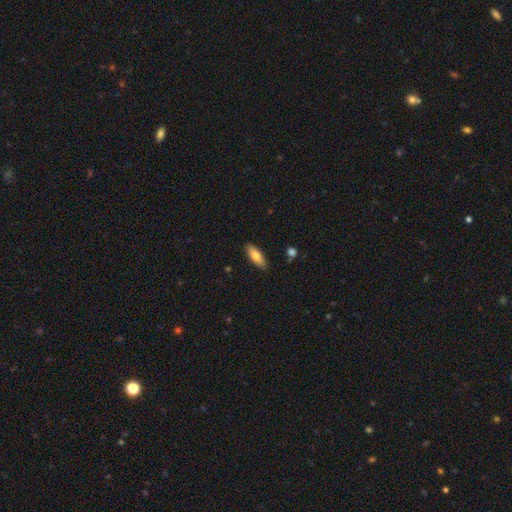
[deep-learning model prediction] A smooth galaxy with no disk features (77%) that is in between round and cigar-shaped (68%).

Vote fractions:
- Smooth or featured? smooth: 77% / featured or disk: 17% / star or artifact: 6%
- How rounded? in between: 68% / cigar-shaped: 30% / round: 2%
- Merging? none: 87% / minor disturbance: 10% / major disturbance: 2% / merger: 2%